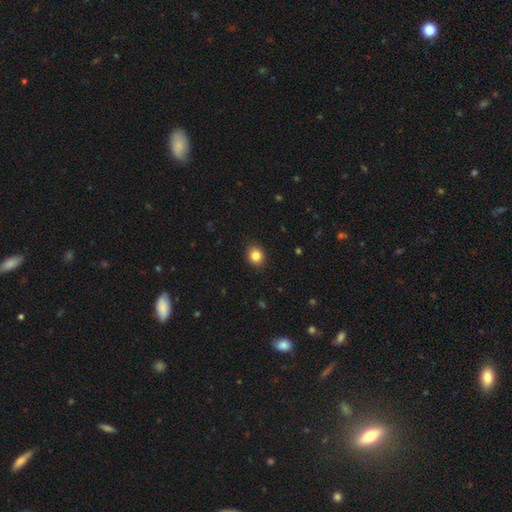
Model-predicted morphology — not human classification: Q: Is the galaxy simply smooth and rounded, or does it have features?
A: smooth — 84%.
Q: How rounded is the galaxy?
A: round — 72%.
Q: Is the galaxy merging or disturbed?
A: none — 90%.